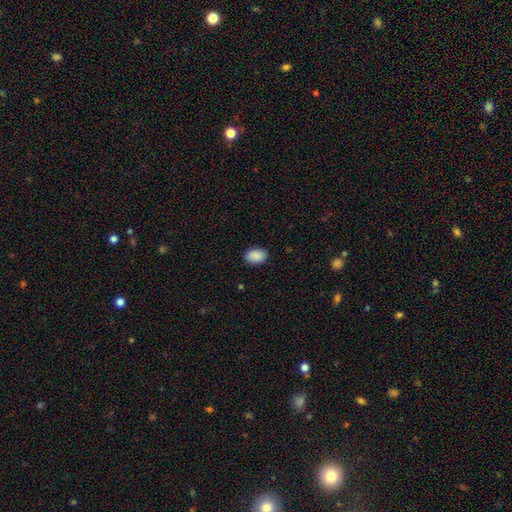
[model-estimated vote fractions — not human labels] A smooth galaxy with no disk features (90%) that is in between round and cigar-shaped (84%). Merging: none (88%).